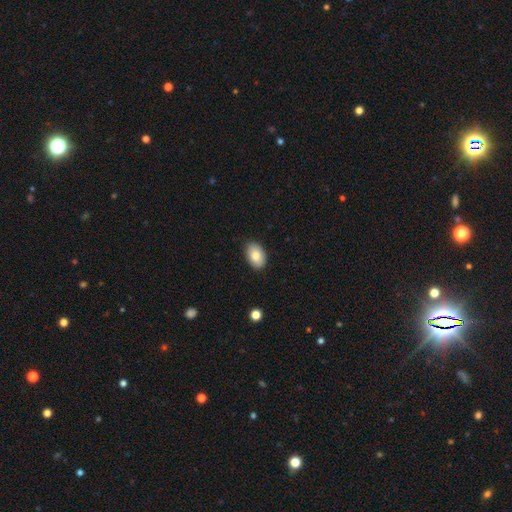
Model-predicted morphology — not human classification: Smooth or featured? Predicted: smooth (p=0.83). How rounded? Predicted: in between (p=0.89). Merging? Predicted: none (p=0.88).